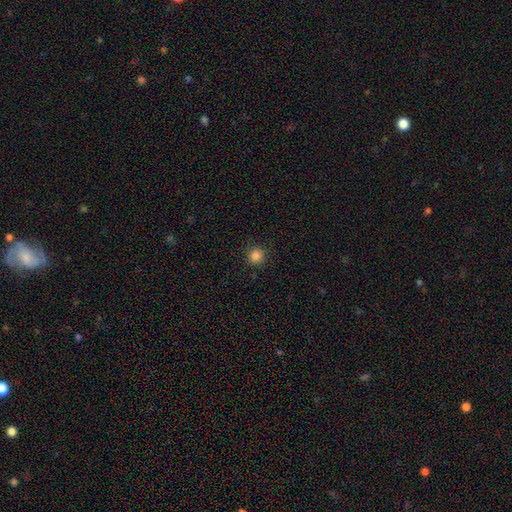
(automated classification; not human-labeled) Smooth or featured: smooth — 85% (star or artifact — 12%)
How rounded: round — 95% (in between — 4%)
Merging: none — 90% (minor disturbance — 7%)